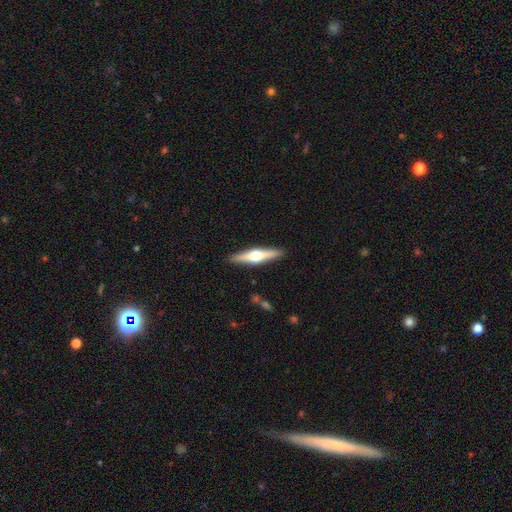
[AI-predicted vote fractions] Smooth or featured: featured or disk — 65% (smooth — 30%)
Edge-on disk: yes — 97% (no — 3%)
Edge-on bulge: rounded — 95% (boxy — 3%)
Merging: none — 90% (minor disturbance — 7%)